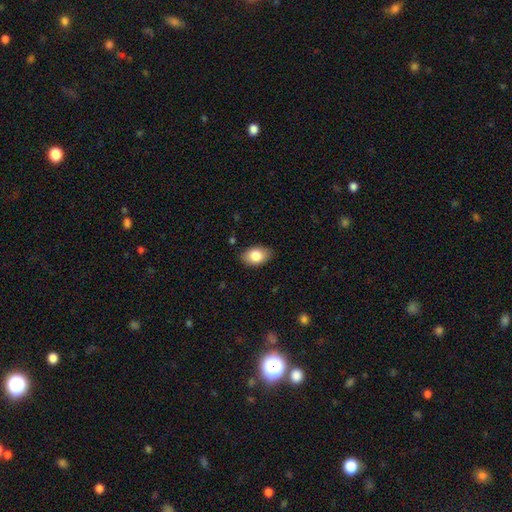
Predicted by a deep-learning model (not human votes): This is clearly a smooth galaxy (83%). How rounded: clearly in between (88%). Merging: clearly none (85%).